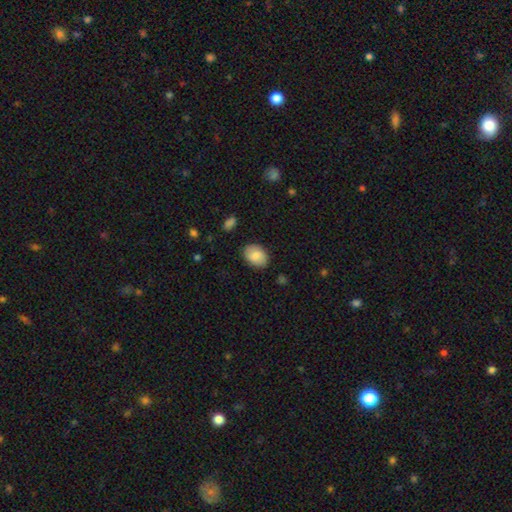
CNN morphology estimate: A smooth galaxy with no disk features (82%) that is in between round and cigar-shaped (75%). Merging: none (84%).